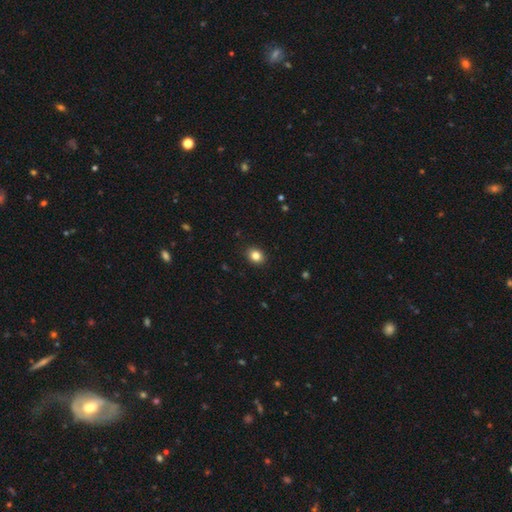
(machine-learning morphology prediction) type=smooth (84%); roundness=round (54%); merging=none (90%).